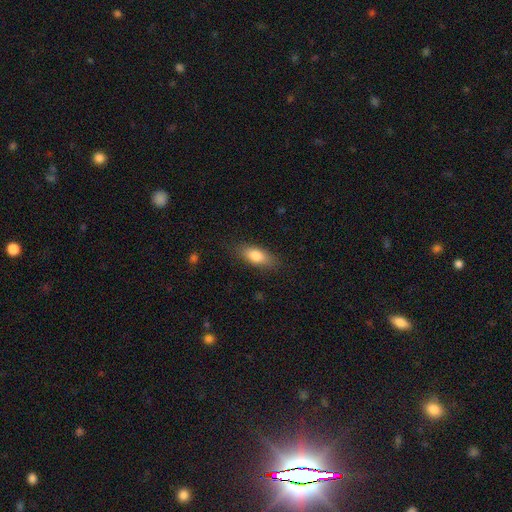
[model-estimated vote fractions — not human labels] Q: Smooth or featured?
A: smooth (81%); runner-up: featured or disk (12%)
Q: How rounded?
A: in between (78%); runner-up: cigar-shaped (19%)
Q: Merging?
A: none (82%); runner-up: minor disturbance (13%)